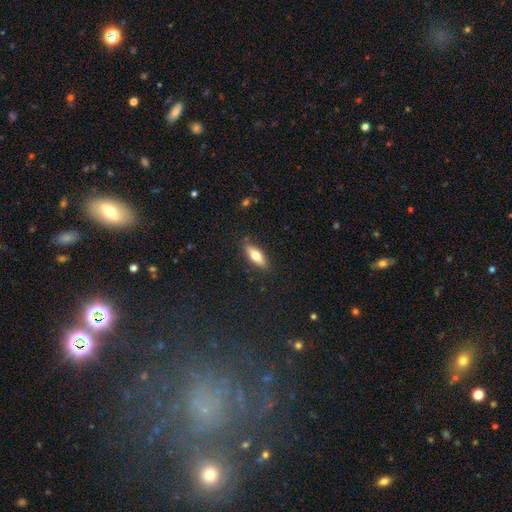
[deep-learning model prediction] Smooth or featured? Predicted: smooth (p=0.70). How rounded? Predicted: in between (p=0.63). Merging? Predicted: none (p=0.85).